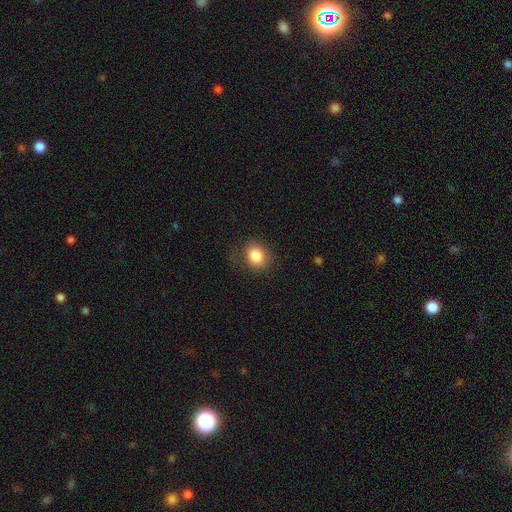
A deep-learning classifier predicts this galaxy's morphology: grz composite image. It shows a smooth galaxy with no disk features (84%) that is round (61%). Merging: none (78%).